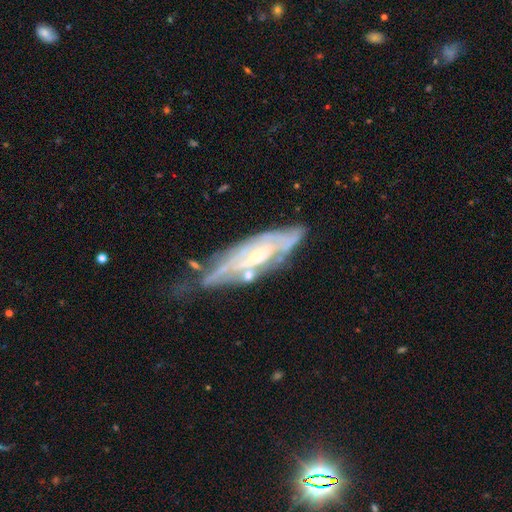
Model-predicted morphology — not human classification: Overall: featured or disk (77%). Edge-on disk: no (69%; yes 31%). Bar: no (51%; weak 34%). Spiral arms: yes (78%). Bulge size: small (53%; moderate 31%). Merging: none (47%; minor disturbance 31%).